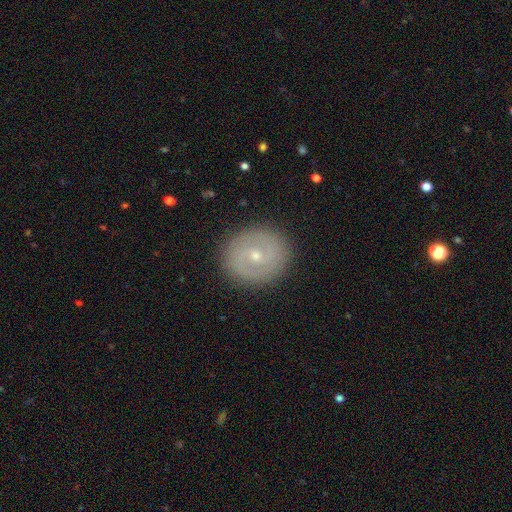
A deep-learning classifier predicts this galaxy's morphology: A featured or disk galaxy (62%) with no bar (51%), spiral arms (62%) and a small central bulge (64%).

Vote fractions:
- Smooth or featured? featured or disk: 62% / smooth: 30% / star or artifact: 8%
- Edge-on disk? no: 96% / yes: 4%
- Bar? no: 51% / weak: 39% / strong: 10%
- Spiral arms? yes: 62% / no: 38%
- Bulge size? small: 64% / moderate: 33% / large: 1% / none: 1% / dominant: 1%
- Merging? none: 88% / minor disturbance: 8% / major disturbance: 3% / merger: 1%